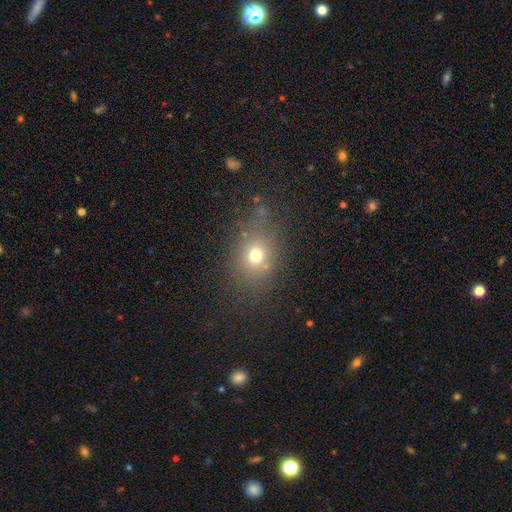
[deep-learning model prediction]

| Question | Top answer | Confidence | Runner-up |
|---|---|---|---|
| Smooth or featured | smooth | 69% | star or artifact (18%) |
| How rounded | round | 53% | in between (45%) |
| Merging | none | 71% | minor disturbance (15%) |